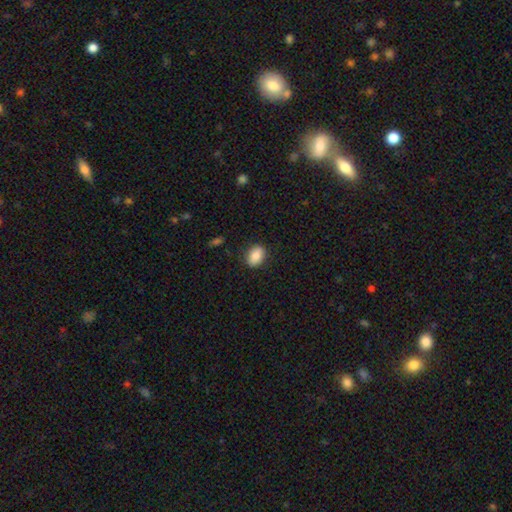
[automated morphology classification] The model was most divided on "how rounded": in between: 79%, round: 19%, cigar-shaped: 2%. More confident: merging — none (86%); smooth or featured — smooth (84%).